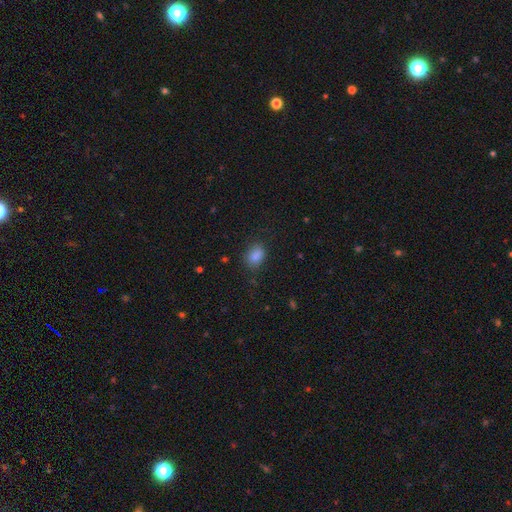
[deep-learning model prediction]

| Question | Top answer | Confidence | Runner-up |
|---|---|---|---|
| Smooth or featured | smooth | 85% | star or artifact (10%) |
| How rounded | in between | 76% | round (22%) |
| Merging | none | 77% | minor disturbance (16%) |